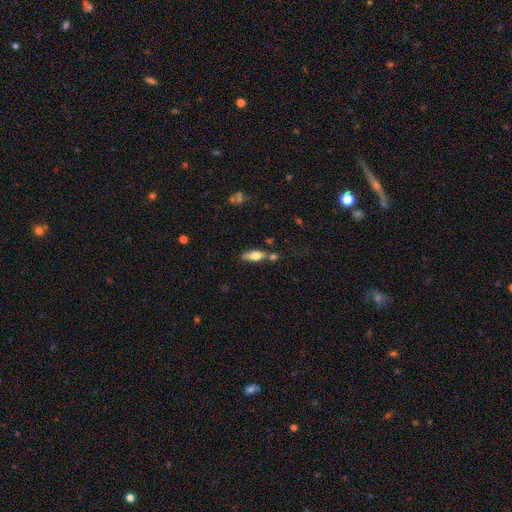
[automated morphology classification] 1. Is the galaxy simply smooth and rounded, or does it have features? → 59% smooth, 34% featured or disk, 7% star or artifact.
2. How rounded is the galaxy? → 61% in between, 35% cigar-shaped, 4% round.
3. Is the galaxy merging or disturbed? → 60% none, 18% merger, 16% minor disturbance, 5% major disturbance.